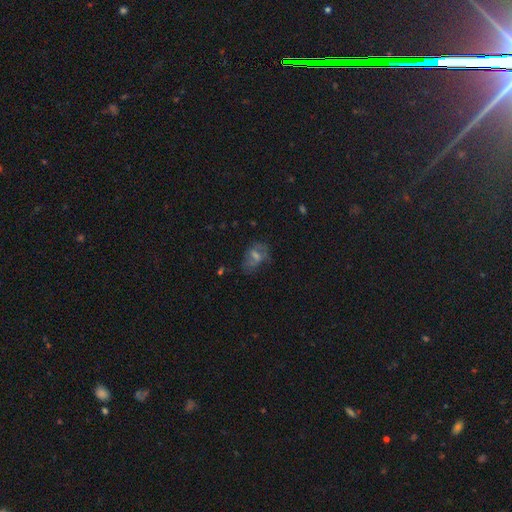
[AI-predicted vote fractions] A featured or disk galaxy (43%). Merging: none (57%).